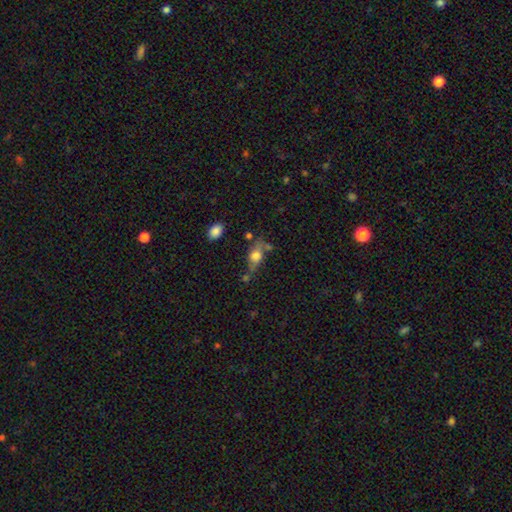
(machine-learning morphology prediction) Smooth or featured? smooth (58%)
How rounded? in between (67%)
Merging? none (49%)